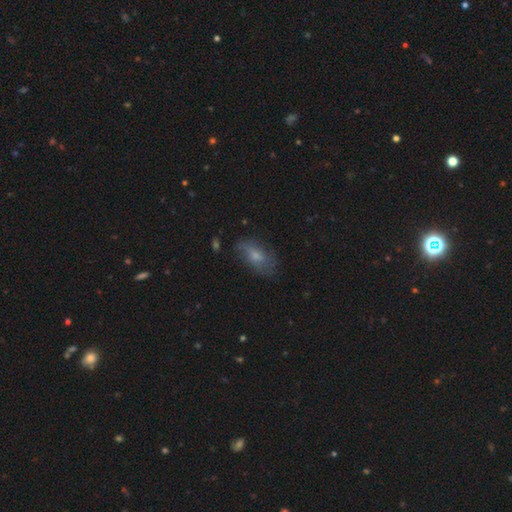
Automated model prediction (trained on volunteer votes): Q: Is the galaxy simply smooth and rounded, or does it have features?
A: smooth — 53%.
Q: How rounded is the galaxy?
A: in between — 87%.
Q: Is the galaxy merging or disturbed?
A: none — 62%.